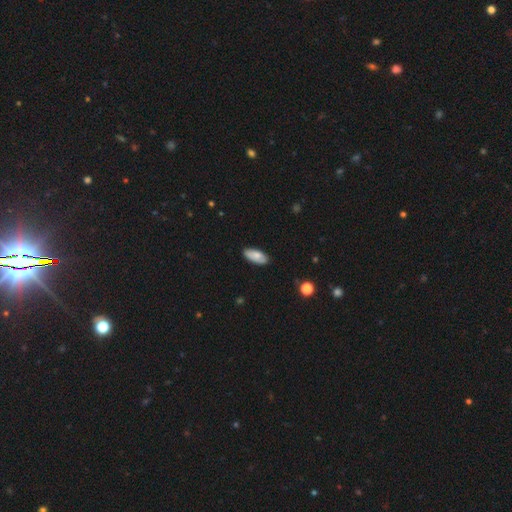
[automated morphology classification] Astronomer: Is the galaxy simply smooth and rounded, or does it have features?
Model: smooth — 81%.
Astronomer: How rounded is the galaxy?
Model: in between — 87%.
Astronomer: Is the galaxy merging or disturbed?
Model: none — 85%.